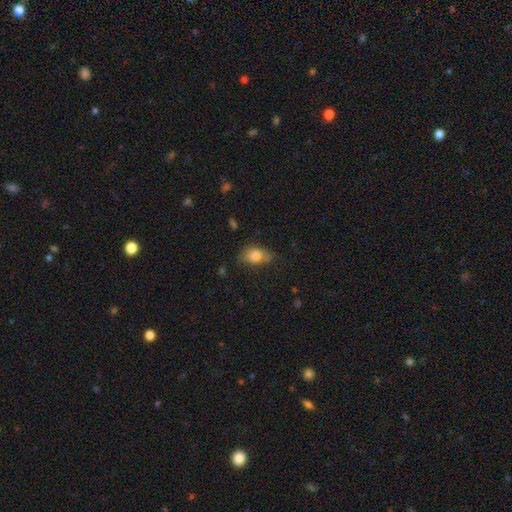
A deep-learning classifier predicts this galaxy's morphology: Overall: smooth (80%). How rounded: in between (76%). Merging: none (53%; minor disturbance 33%).